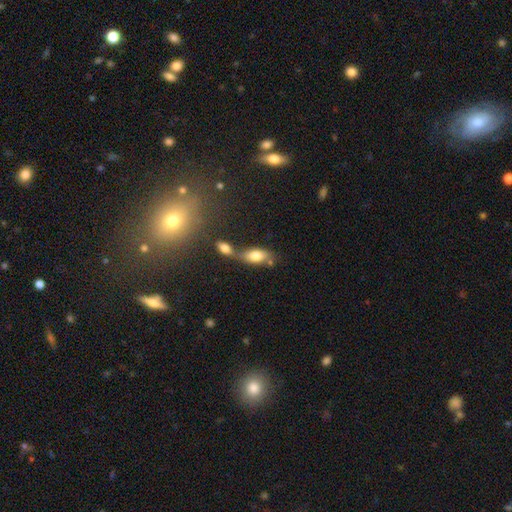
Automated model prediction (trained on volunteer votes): Q: Smooth or featured?
A: smooth (78%); runner-up: featured or disk (14%)
Q: How rounded?
A: in between (88%); runner-up: cigar-shaped (6%)
Q: Merging?
A: merger (45%); runner-up: none (35%)